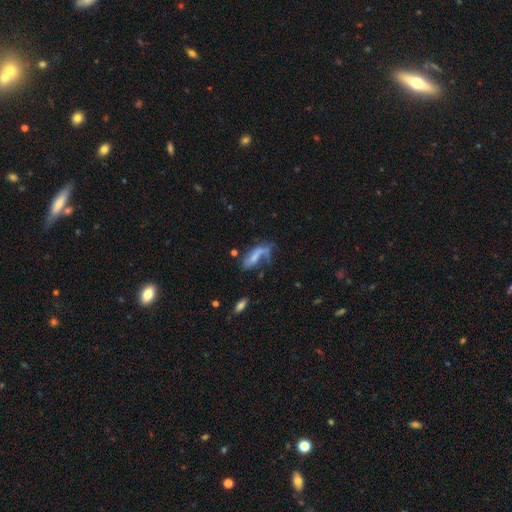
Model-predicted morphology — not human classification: This is possibly a featured or disk galaxy (45%). Merging: marginally major disturbance (38%).